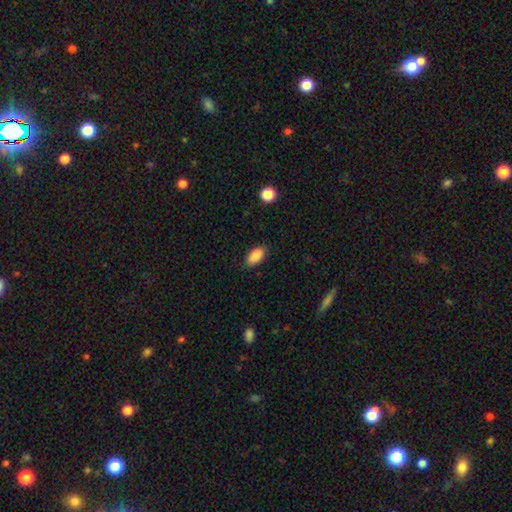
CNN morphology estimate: Q: Smooth or featured?
A: smooth (89%); runner-up: star or artifact (7%)
Q: How rounded?
A: in between (92%); runner-up: cigar-shaped (5%)
Q: Merging?
A: none (86%); runner-up: minor disturbance (11%)